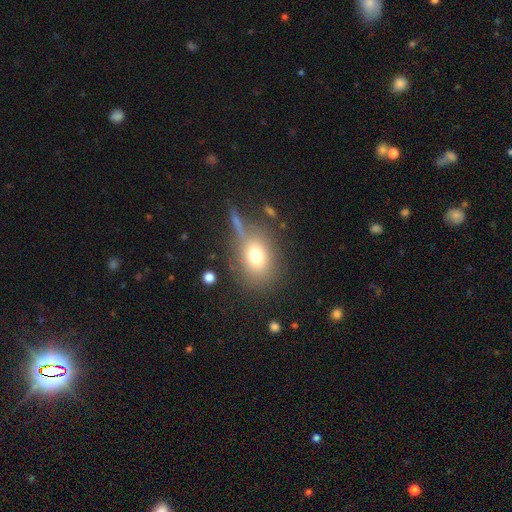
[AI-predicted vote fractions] A smooth galaxy with no disk features (74%) that is in between round and cigar-shaped (58%).

Vote fractions:
- Smooth or featured? smooth: 74% / featured or disk: 14% / star or artifact: 12%
- How rounded? in between: 58% / round: 41% / cigar-shaped: 2%
- Merging? none: 66% / minor disturbance: 15% / major disturbance: 10% / merger: 9%